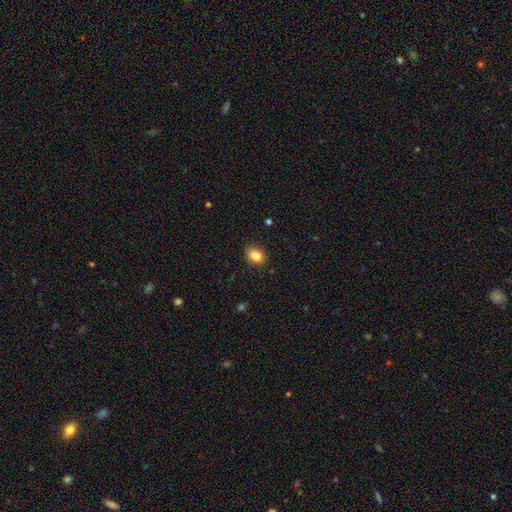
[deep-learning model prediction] Smooth or featured: smooth — 86% (star or artifact — 9%)
How rounded: in between — 70% (round — 29%)
Merging: none — 87% (minor disturbance — 9%)